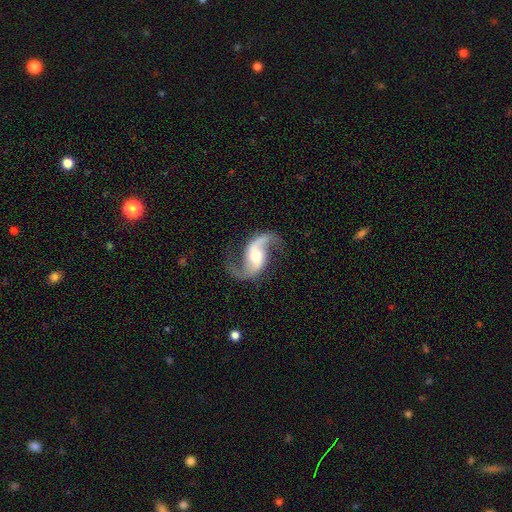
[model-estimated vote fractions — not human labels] The model was most divided on "bar": weak: 42%, no: 37%, strong: 21%. More confident: spiral arms — yes (98%); edge-on disk — no (98%); spiral arm count — 2 (94%); smooth or featured — featured or disk (92%); merging — none (78%); spiral winding — loose (68%); bulge size — moderate (64%).